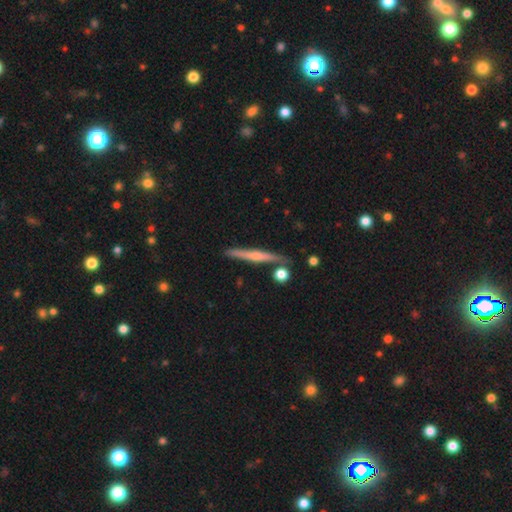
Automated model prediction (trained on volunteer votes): Morphology: type=featured or disk (62%); edge-on=yes (93%); edge-on bulge=rounded (71%); merging=none (78%).